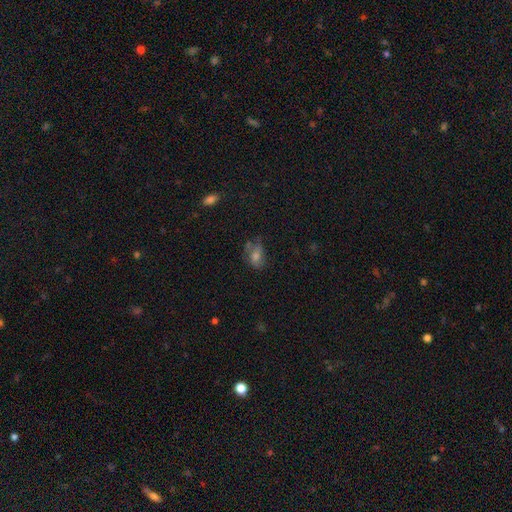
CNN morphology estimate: Smooth or featured: smooth — 52% (featured or disk — 26%)
How rounded: in between — 72% (round — 25%)
Merging: none — 52% (minor disturbance — 26%)